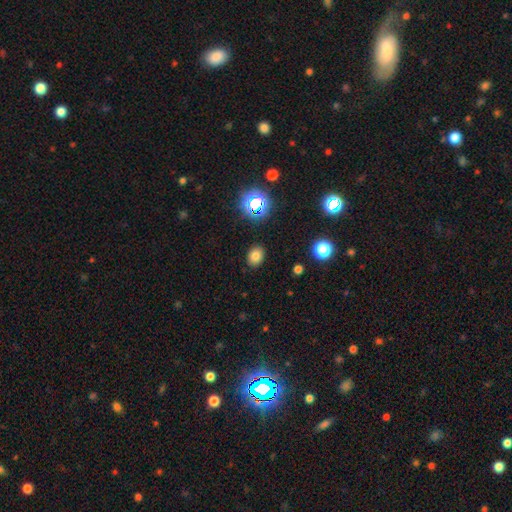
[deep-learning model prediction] This appears to be a smooth galaxy with no disk features (76%) that is in between round and cigar-shaped (54%). Merging: none (88%).